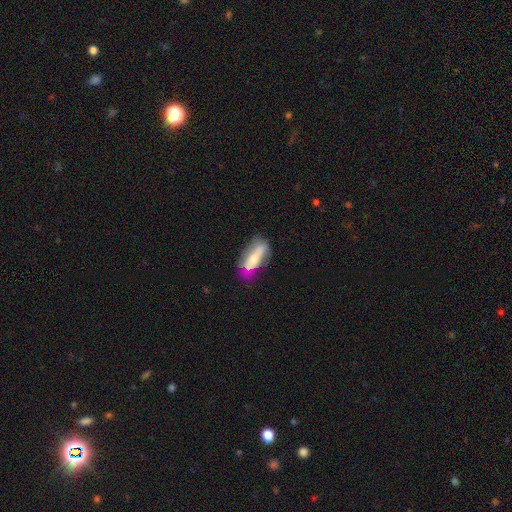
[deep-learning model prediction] Overall: smooth (55%; featured or disk 29%). How rounded: in between (64%; cigar-shaped 32%). Merging: none (74%).